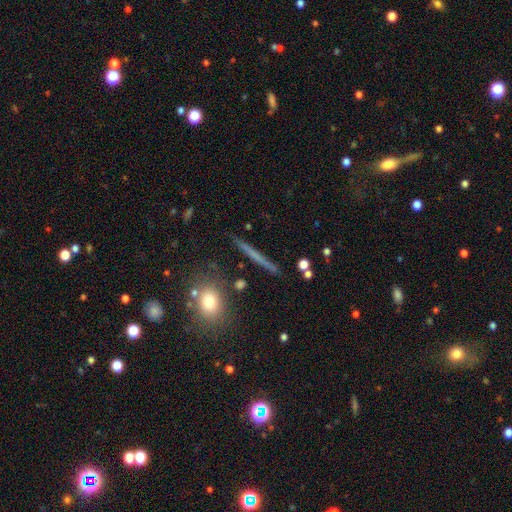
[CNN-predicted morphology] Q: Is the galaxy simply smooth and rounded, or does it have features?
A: featured or disk — 48%.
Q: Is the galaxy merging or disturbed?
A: none — 88%.